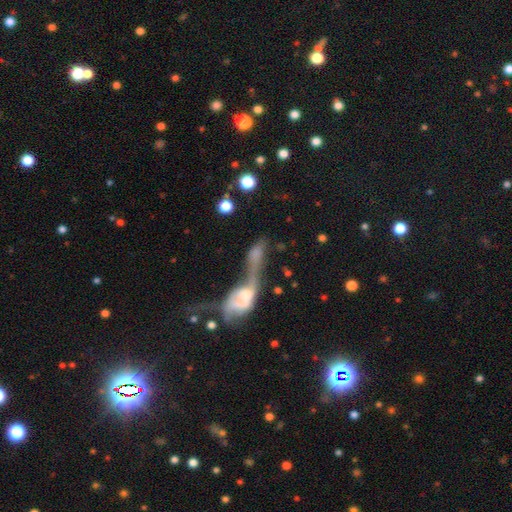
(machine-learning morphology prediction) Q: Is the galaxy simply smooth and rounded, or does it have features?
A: smooth — 46%.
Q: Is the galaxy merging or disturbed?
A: merger — 70%.